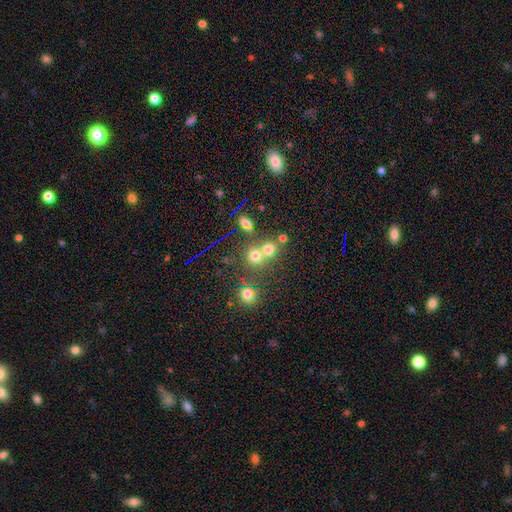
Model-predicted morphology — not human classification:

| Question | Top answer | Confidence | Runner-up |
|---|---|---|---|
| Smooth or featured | smooth | 68% | star or artifact (21%) |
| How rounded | round | 84% | in between (15%) |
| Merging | none | 50% | merger (40%) |